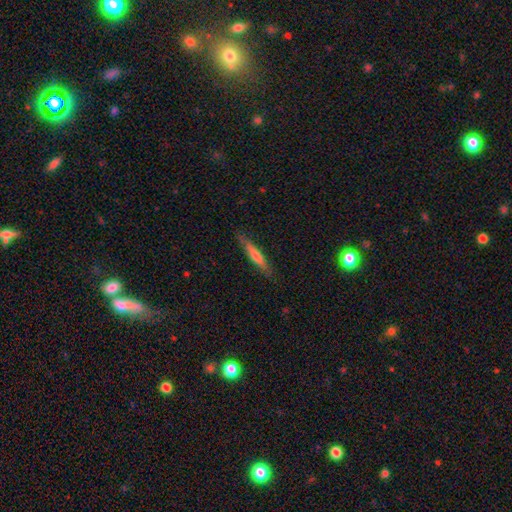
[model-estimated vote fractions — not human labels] Smooth or featured: smooth — 52% (featured or disk — 42%)
How rounded: cigar-shaped — 92% (in between — 7%)
Merging: none — 83% (minor disturbance — 13%)